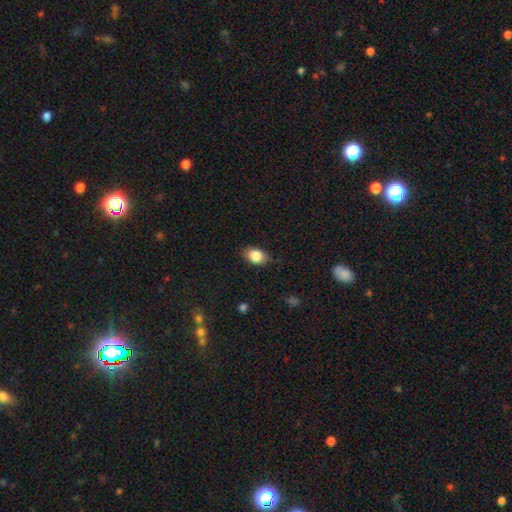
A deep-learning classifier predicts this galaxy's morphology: smooth 85%, star or artifact 8%, featured or disk 7%. Down the decision tree: how rounded — in between (80%); merging — none (82%).